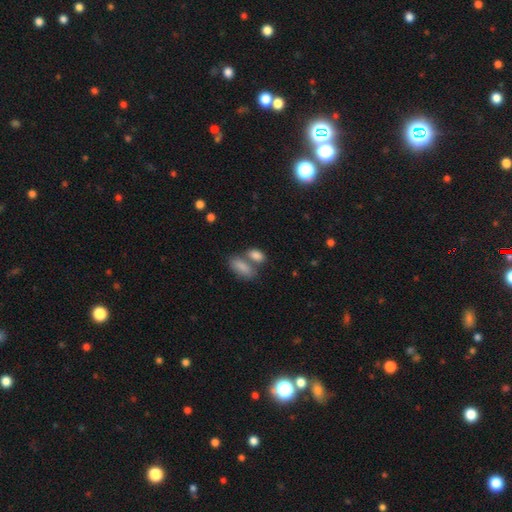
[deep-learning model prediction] smooth-or-featured: smooth: 85% | star or artifact: 7% | featured or disk: 7%
  how-rounded: in between: 88% | round: 6% | cigar-shaped: 6%
  merging: merger: 43% (tied) | none: 43% (tied) | minor disturbance: 10% | major disturbance: 4%